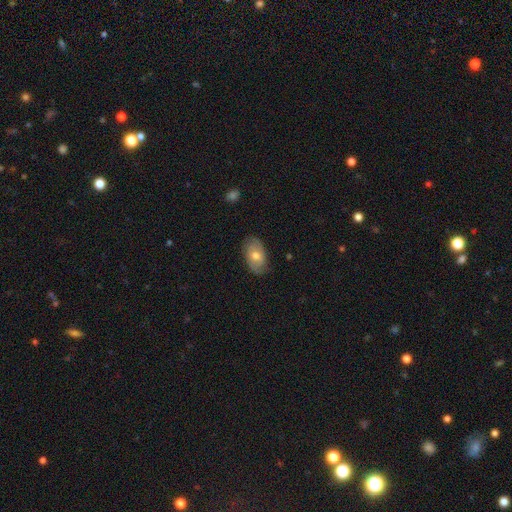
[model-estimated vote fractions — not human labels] Smooth or featured? Predicted: smooth (p=0.56). How rounded? Predicted: in between (p=0.91). Merging? Predicted: none (p=0.78).